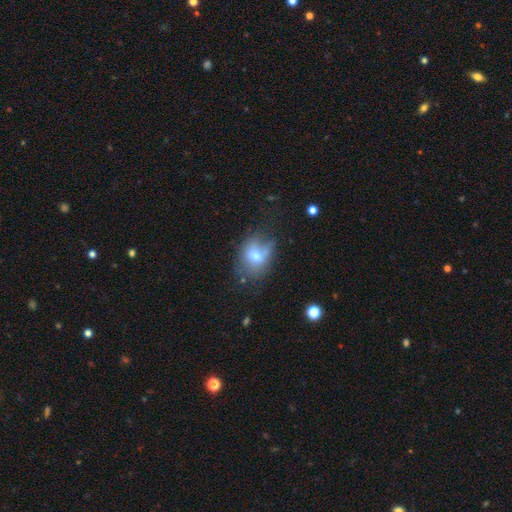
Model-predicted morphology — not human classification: A smooth galaxy with no disk features (64%) that is in between round and cigar-shaped (62%).

Vote fractions:
- Smooth or featured? smooth: 64% / featured or disk: 24% / star or artifact: 11%
- How rounded? in between: 62% / round: 37% / cigar-shaped: 1%
- Merging? none: 44% / minor disturbance: 30% / major disturbance: 18% / merger: 9%